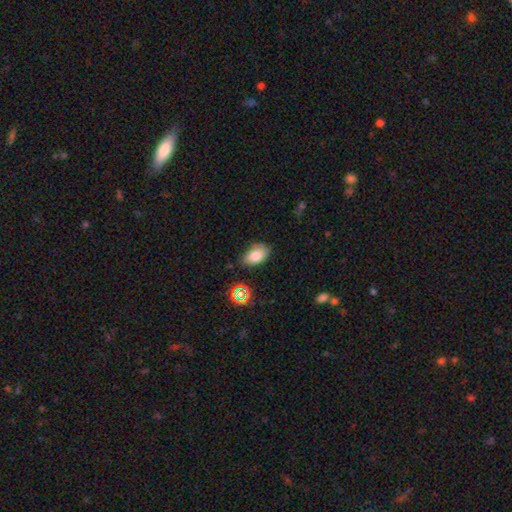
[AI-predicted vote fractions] Smooth or featured?
  - smooth: 75% *
  - featured or disk: 13%
  - star or artifact: 12%
How rounded?
  - in between: 88% *
  - round: 11%
  - cigar-shaped: 1%
Merging?
  - none: 68% *
  - minor disturbance: 24%
  - major disturbance: 5%
  - merger: 3%